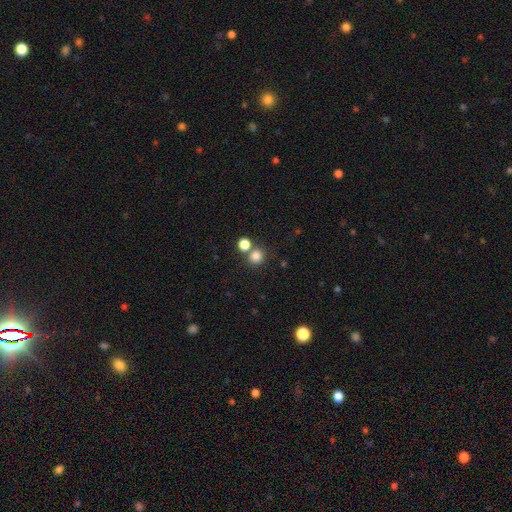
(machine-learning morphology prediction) type=smooth (81%); roundness=round (87%); merging=none (65%).